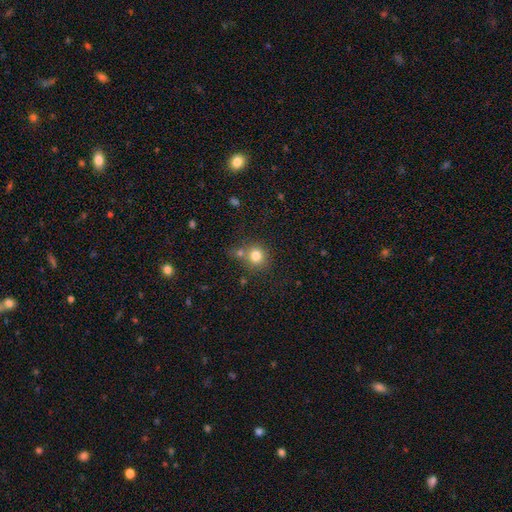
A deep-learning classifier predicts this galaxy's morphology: The model was most divided on "merging": none: 62%, merger: 23%, minor disturbance: 11%, major disturbance: 4%. More confident: how rounded — round (86%); smooth or featured — smooth (79%).